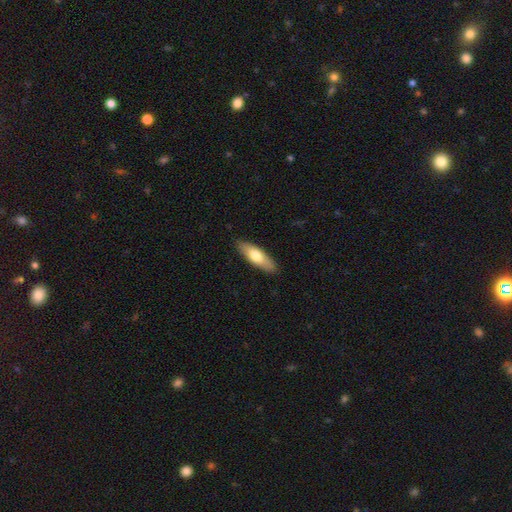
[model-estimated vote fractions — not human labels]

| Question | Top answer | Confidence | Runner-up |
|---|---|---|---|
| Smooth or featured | smooth | 67% | featured or disk (28%) |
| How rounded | in between | 50% | cigar-shaped (48%) |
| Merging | none | 88% | minor disturbance (9%) |